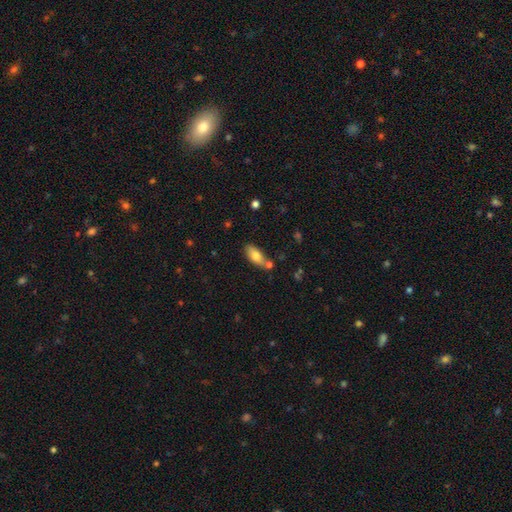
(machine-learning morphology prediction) smooth_or_featured: smooth (p=0.77) [alt: featured or disk p=0.15]
how_rounded: in between (p=0.84) [alt: cigar-shaped p=0.13]
merging: none (p=0.63) [alt: minor disturbance p=0.17]